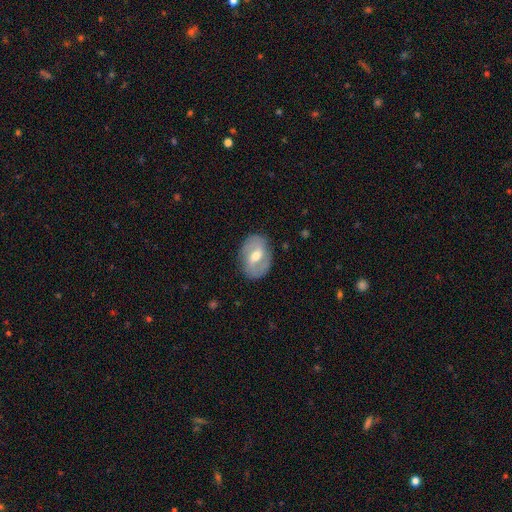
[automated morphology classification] smooth-or-featured: featured or disk: 66% | smooth: 28% | star or artifact: 6%
  disk-edge-on: no: 95% | yes: 5%
    bar: weak: 51% | strong: 28% | no: 21%
    has-spiral-arms: yes: 75% | no: 25%
    bulge-size: moderate: 71% | small: 21% | large: 5% | none: 1% | dominant: 1%
  merging: none: 82% | minor disturbance: 13% | major disturbance: 4% | merger: 1%